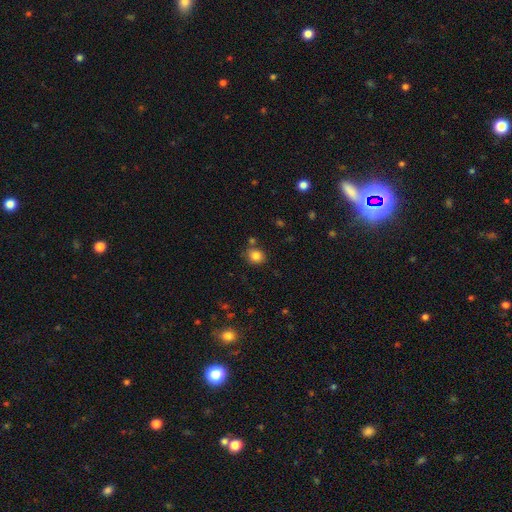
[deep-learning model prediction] Q: Smooth or featured?
A: smooth (82%); runner-up: star or artifact (11%)
Q: How rounded?
A: round (67%); runner-up: in between (32%)
Q: Merging?
A: none (74%); runner-up: minor disturbance (13%)